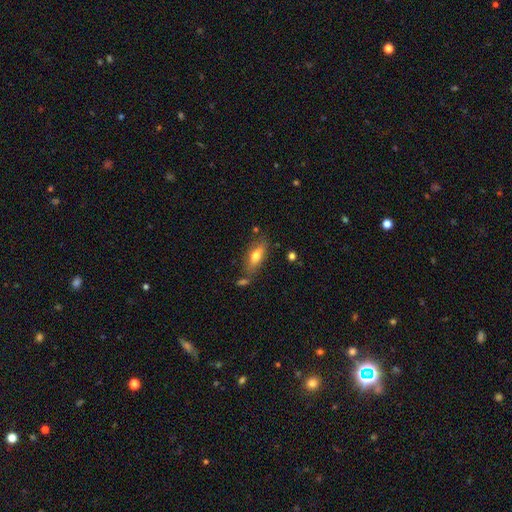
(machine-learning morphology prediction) A smooth galaxy with no disk features (62%) that is in between round and cigar-shaped (66%). Merging: none (70%).